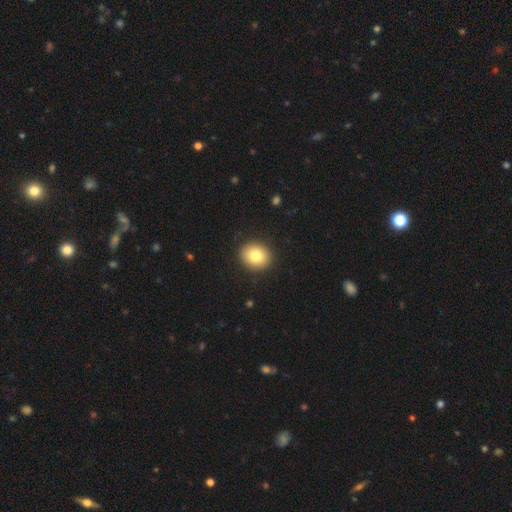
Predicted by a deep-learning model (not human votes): Overall: smooth (82%). How rounded: round (66%; in between 33%). Merging: none (90%).